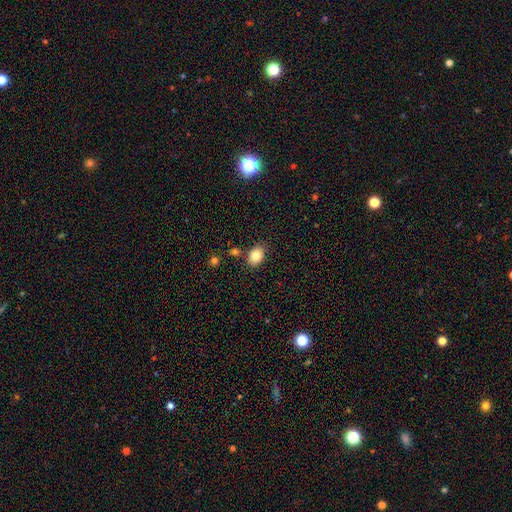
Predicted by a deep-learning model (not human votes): This appears to be a smooth galaxy with no disk features (84%) that is in between round and cigar-shaped (74%). Merging: none (80%).